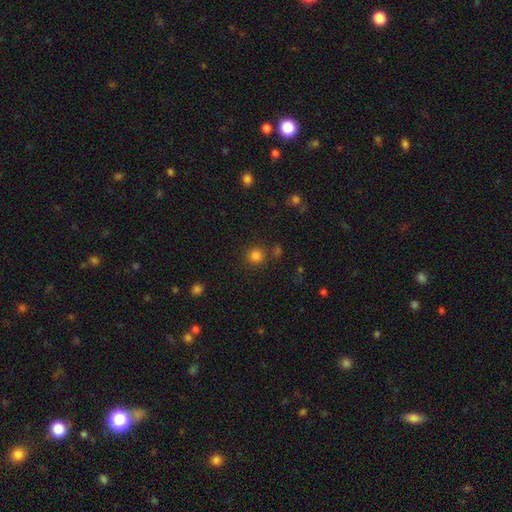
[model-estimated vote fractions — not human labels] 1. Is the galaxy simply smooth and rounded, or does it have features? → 82% smooth, 14% star or artifact, 4% featured or disk.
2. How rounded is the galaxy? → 92% round, 7% in between, 1% cigar-shaped.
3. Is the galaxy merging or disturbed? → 82% none, 8% minor disturbance, 7% merger, 3% major disturbance.